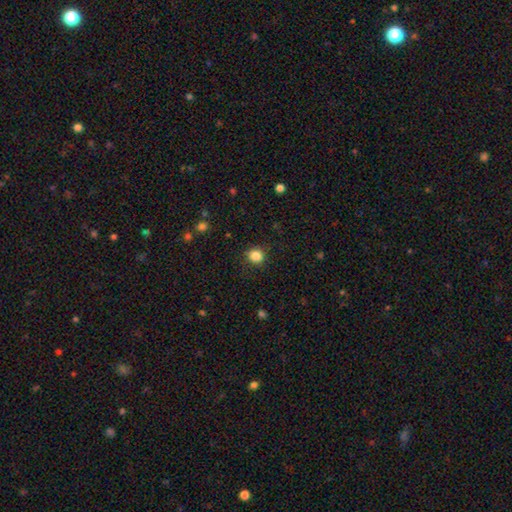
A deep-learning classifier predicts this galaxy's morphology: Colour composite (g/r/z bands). It shows a smooth galaxy with no disk features (85%) that is round (84%). Merging: none (86%).